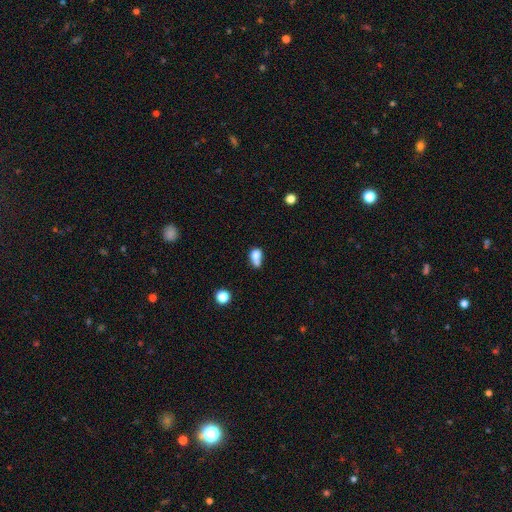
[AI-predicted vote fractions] Morphology: type=smooth (74%); roundness=in between (53%); merging=merger (45%).